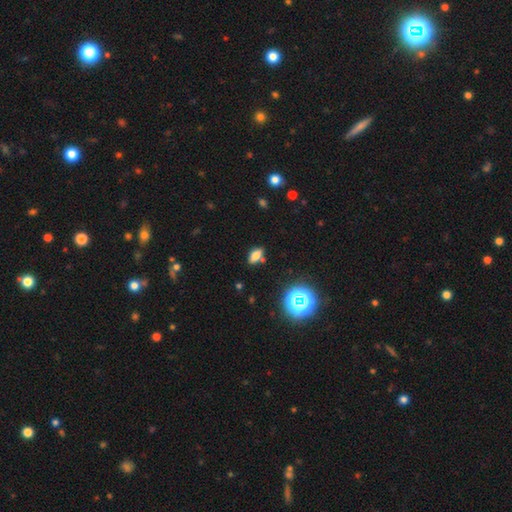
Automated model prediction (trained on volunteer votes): Smooth or featured?
  - smooth: 70% *
  - star or artifact: 17%
  - featured or disk: 13%
How rounded?
  - in between: 84% *
  - cigar-shaped: 9%
  - round: 7%
Merging?
  - none: 77% *
  - minor disturbance: 13%
  - merger: 8%
  - major disturbance: 3%